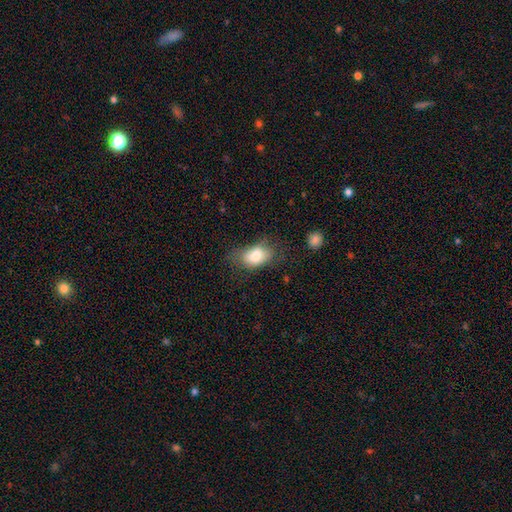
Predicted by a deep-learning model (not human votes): A smooth galaxy with no disk features (78%) that is in between round and cigar-shaped (86%).

Vote fractions:
- Smooth or featured? smooth: 78% / featured or disk: 13% / star or artifact: 8%
- How rounded? in between: 86% / round: 12% / cigar-shaped: 2%
- Merging? none: 52% / minor disturbance: 29% / major disturbance: 15% / merger: 4%